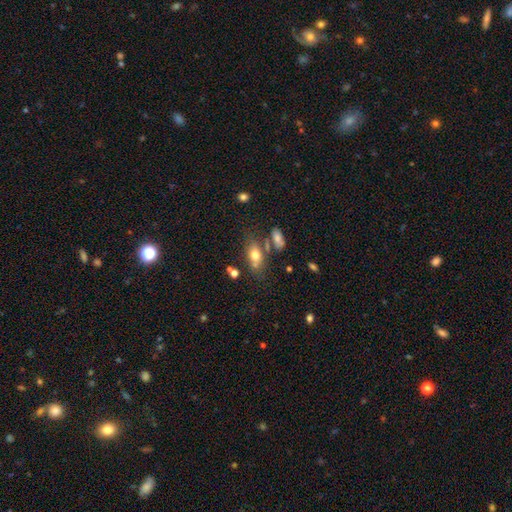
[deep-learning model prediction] This appears to be a smooth galaxy with no disk features (69%) that is in between round and cigar-shaped (81%). Merging: none (59%).